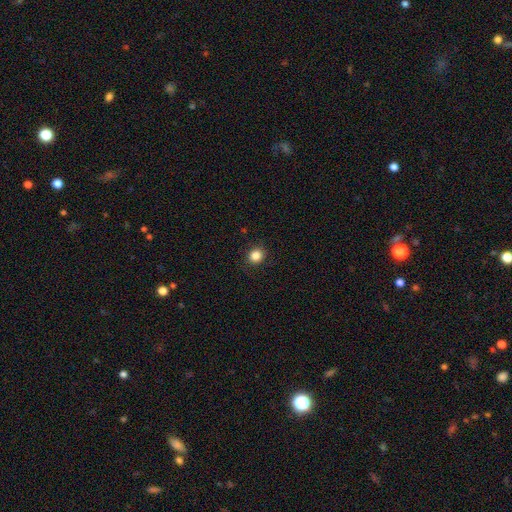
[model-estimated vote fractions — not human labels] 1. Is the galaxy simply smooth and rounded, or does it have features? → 84% smooth, 12% star or artifact, 4% featured or disk.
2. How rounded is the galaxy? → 87% round, 12% in between, 1% cigar-shaped.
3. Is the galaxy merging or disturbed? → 90% none, 7% minor disturbance, 2% major disturbance, 1% merger.